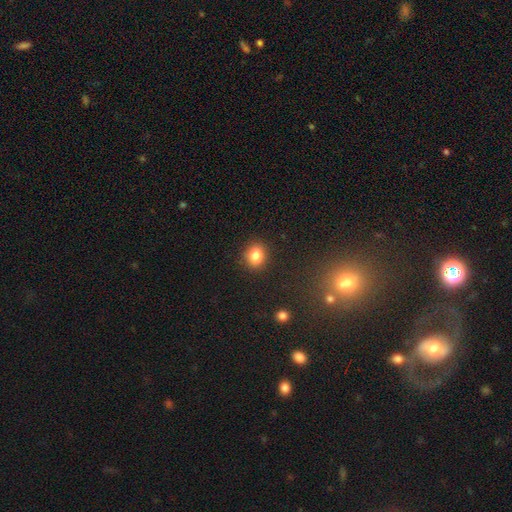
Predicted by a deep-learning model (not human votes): Smooth or featured? smooth (83%)
How rounded? round (61%)
Merging? none (89%)